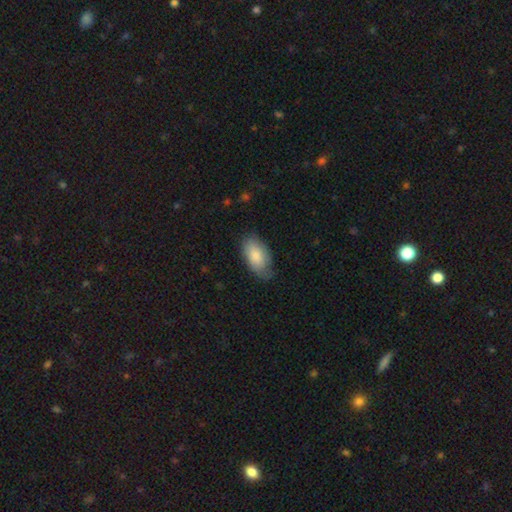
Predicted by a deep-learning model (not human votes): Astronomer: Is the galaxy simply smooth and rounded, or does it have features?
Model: smooth — 83%.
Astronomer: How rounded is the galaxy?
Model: in between — 94%.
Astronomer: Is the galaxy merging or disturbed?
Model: none — 70%.